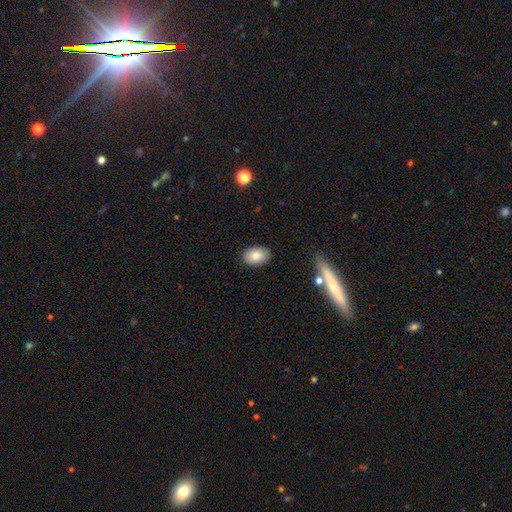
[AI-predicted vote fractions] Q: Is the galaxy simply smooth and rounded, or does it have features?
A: smooth — 84%.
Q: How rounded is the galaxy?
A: in between — 87%.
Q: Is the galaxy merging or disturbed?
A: none — 87%.